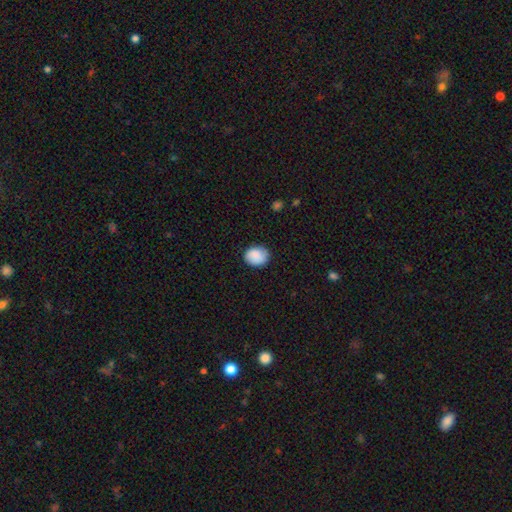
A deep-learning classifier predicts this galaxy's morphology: Q: Smooth or featured?
A: smooth (87%); runner-up: star or artifact (7%)
Q: How rounded?
A: round (56%); runner-up: in between (43%)
Q: Merging?
A: none (80%); runner-up: minor disturbance (16%)